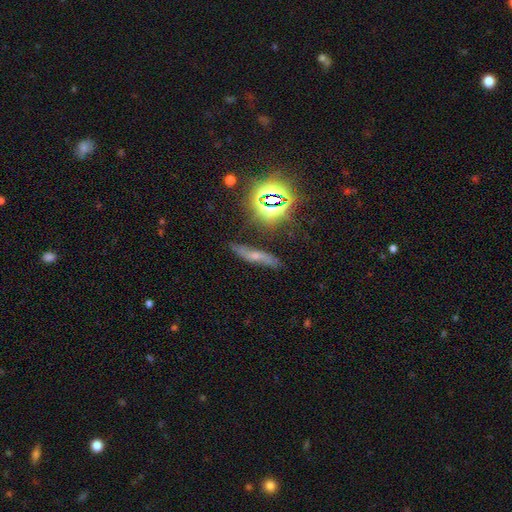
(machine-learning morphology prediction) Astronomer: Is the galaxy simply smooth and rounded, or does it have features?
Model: featured or disk — 44% (runner-up: smooth, 33%).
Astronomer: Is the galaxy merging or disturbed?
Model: none — 70%.